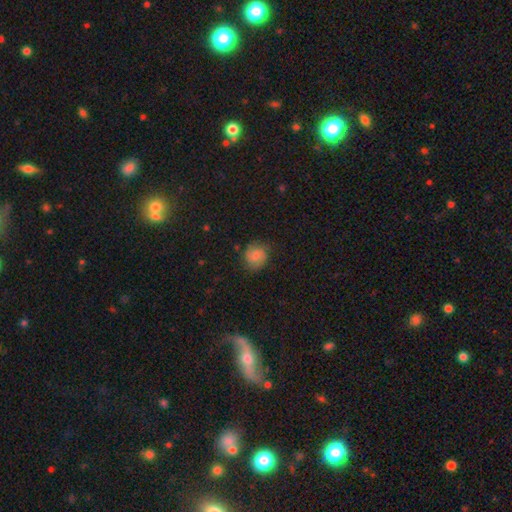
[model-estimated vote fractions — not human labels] The model was most divided on "smooth or featured": smooth: 63%, featured or disk: 28%, star or artifact: 9%. More confident: how rounded — round (80%); merging — none (75%).